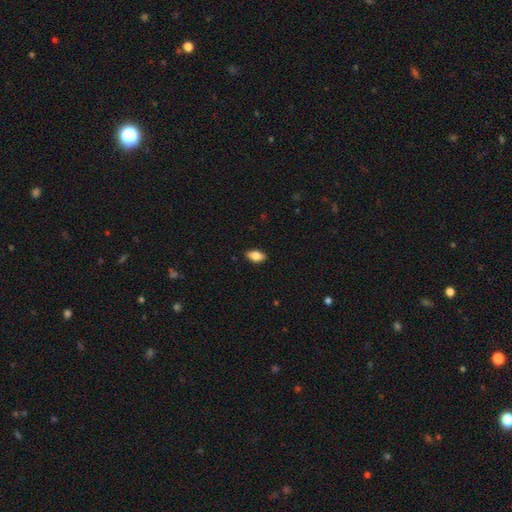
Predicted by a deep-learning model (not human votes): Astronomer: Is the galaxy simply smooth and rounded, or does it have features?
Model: smooth — 80%.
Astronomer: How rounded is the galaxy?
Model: in between — 90%.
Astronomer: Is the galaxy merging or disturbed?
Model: none — 88%.